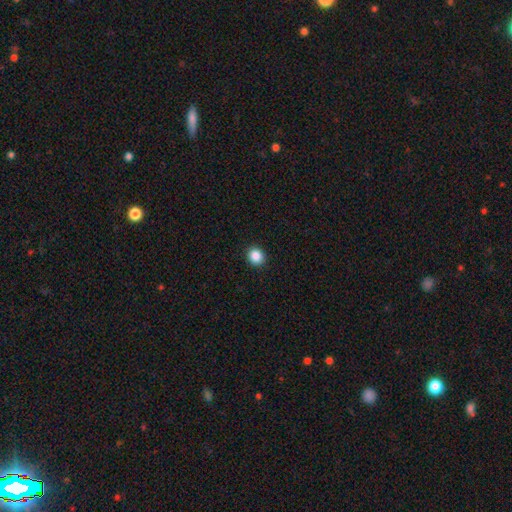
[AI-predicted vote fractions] smooth_or_featured: smooth (p=0.87) [alt: star or artifact p=0.10]
how_rounded: round (p=0.83) [alt: in between p=0.16]
merging: none (p=0.92) [alt: minor disturbance p=0.05]